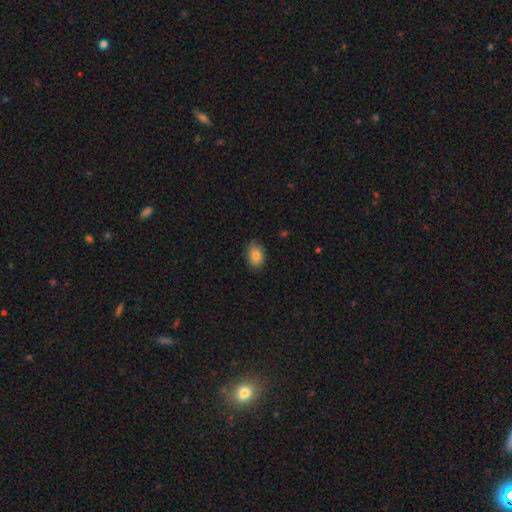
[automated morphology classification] Smooth or featured? smooth (82%)
How rounded? in between (81%)
Merging? none (85%)